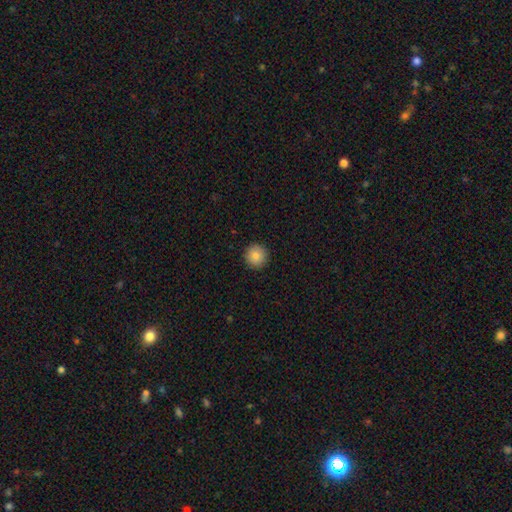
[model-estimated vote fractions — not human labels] A smooth galaxy with no disk features (85%) that is round (95%). Merging: none (92%).